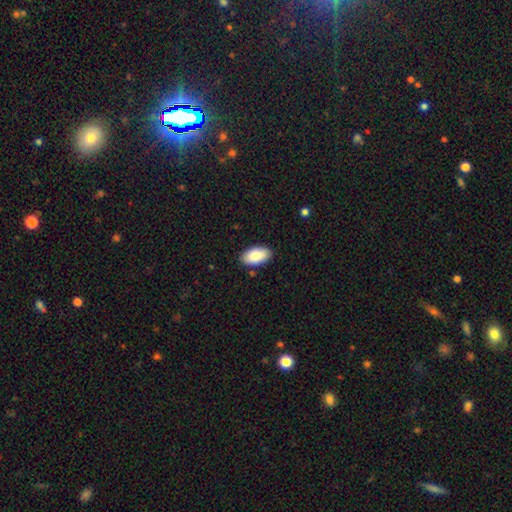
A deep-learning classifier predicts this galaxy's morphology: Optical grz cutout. It shows a smooth galaxy with no disk features (88%) that is in between round and cigar-shaped (96%). Merging: none (87%).